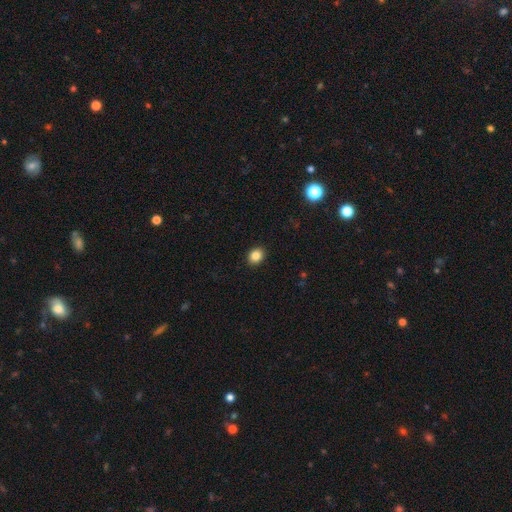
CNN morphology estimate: This is clearly a smooth galaxy (85%). How rounded: possibly round (58%). Merging: clearly none (91%).